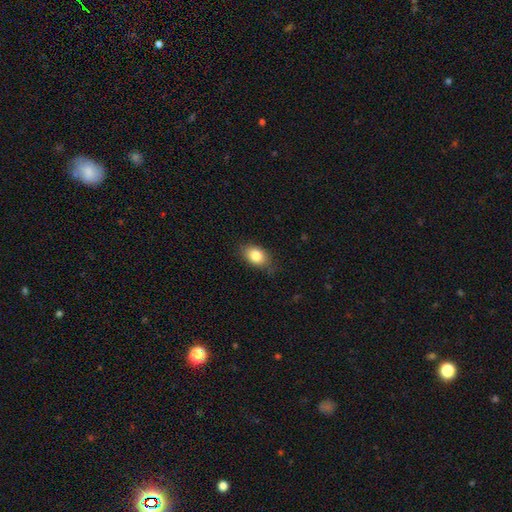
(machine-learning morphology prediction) smooth_or_featured: smooth (p=0.83) [alt: featured or disk p=0.09]
how_rounded: in between (p=0.81) [alt: round p=0.17]
merging: none (p=0.77) [alt: minor disturbance p=0.18]